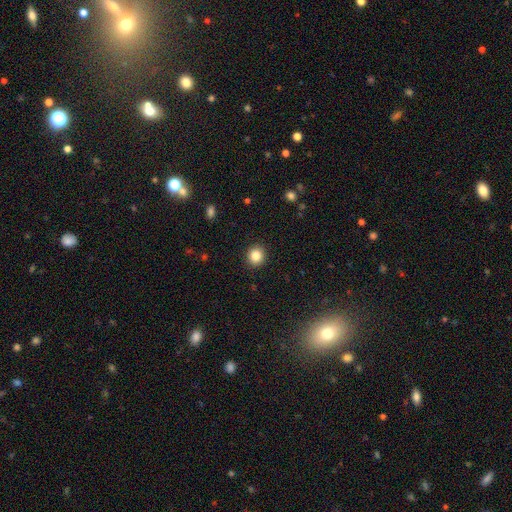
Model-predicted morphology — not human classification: Smooth or featured? smooth (85%)
How rounded? round (86%)
Merging? none (92%)